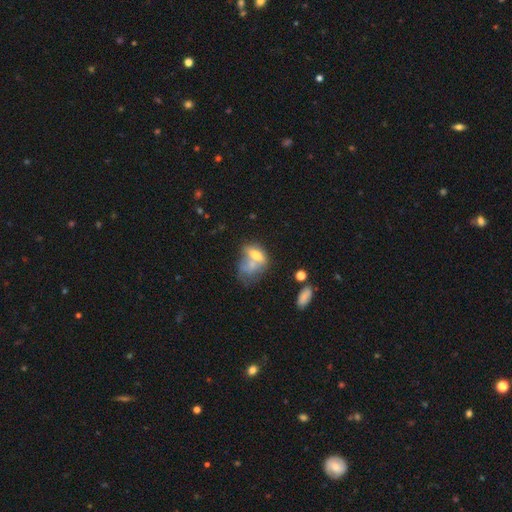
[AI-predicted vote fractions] Overall: smooth (60%; featured or disk 30%). How rounded: in between (80%). Merging: merger (54%; none 18%).